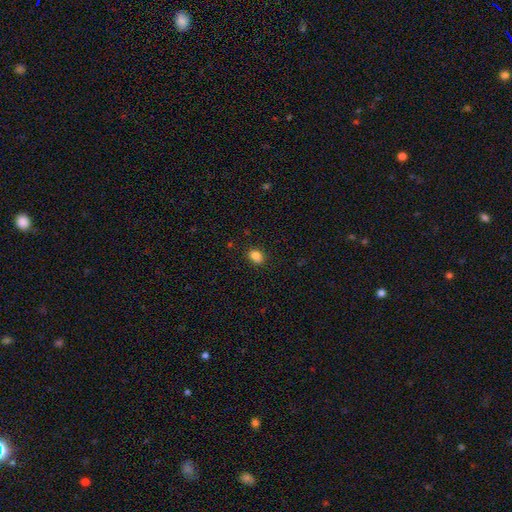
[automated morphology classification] The model was most divided on "how rounded": in between: 59%, round: 40%, cigar-shaped: 1%. More confident: smooth or featured — smooth (84%); merging — none (82%).